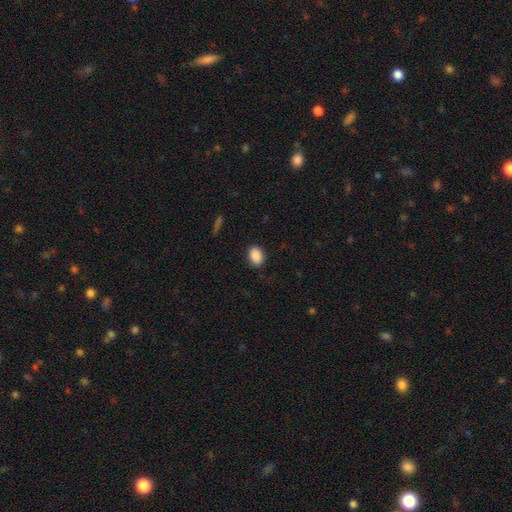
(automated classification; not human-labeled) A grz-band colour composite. It shows a smooth galaxy with no disk features (89%) that is in between round and cigar-shaped (75%). Merging: none (86%).